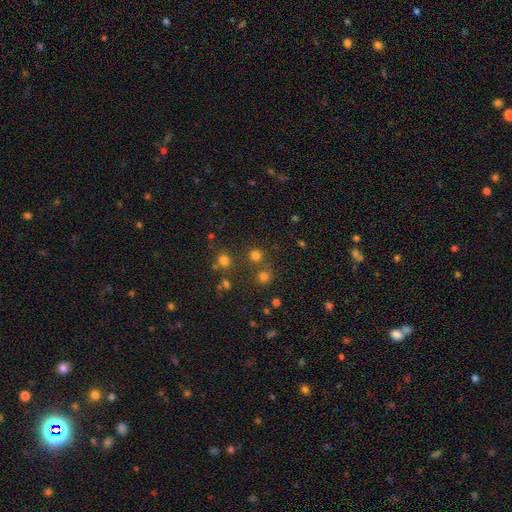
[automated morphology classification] Smooth or featured? smooth (72%)
How rounded? round (89%)
Merging? none (69%)